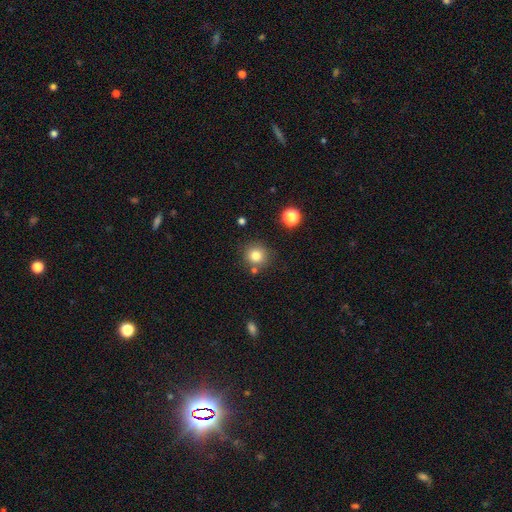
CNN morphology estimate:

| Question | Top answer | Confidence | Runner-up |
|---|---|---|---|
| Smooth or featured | smooth | 81% | star or artifact (12%) |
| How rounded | round | 92% | in between (7%) |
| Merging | none | 79% | minor disturbance (9%) |